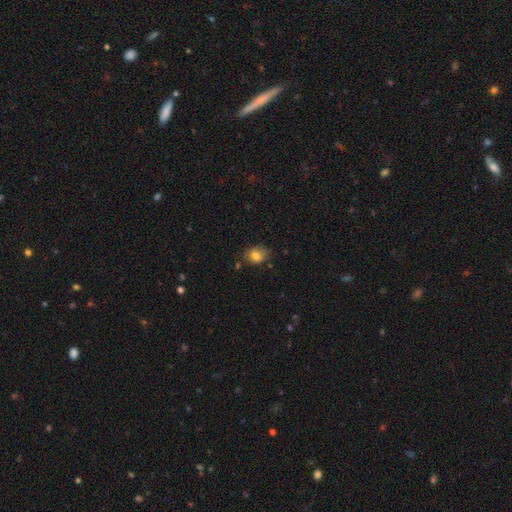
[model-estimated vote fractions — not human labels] A smooth galaxy with no disk features (80%) that is in between round and cigar-shaped (50%).

Vote fractions:
- Smooth or featured? smooth: 80% / featured or disk: 10% / star or artifact: 10%
- How rounded? in between: 50% / round: 49% / cigar-shaped: 1%
- Merging? none: 72% / minor disturbance: 21% / major disturbance: 4% / merger: 3%